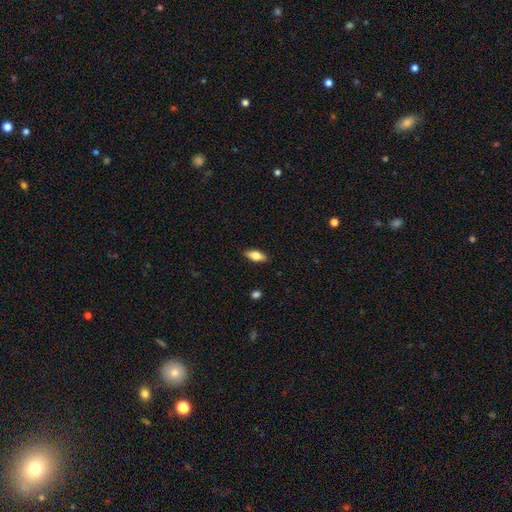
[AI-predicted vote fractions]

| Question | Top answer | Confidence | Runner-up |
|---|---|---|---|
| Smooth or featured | smooth | 70% | featured or disk (24%) |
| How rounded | in between | 79% | cigar-shaped (18%) |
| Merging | none | 88% | minor disturbance (9%) |